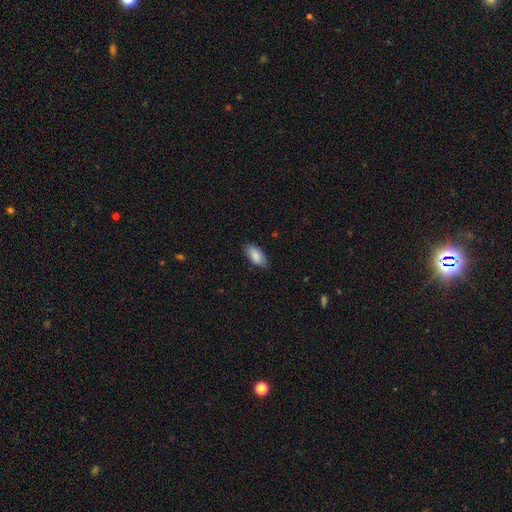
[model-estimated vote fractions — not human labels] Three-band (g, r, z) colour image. It shows a smooth galaxy with no disk features (87%) that is in between round and cigar-shaped (92%). Merging: none (83%).